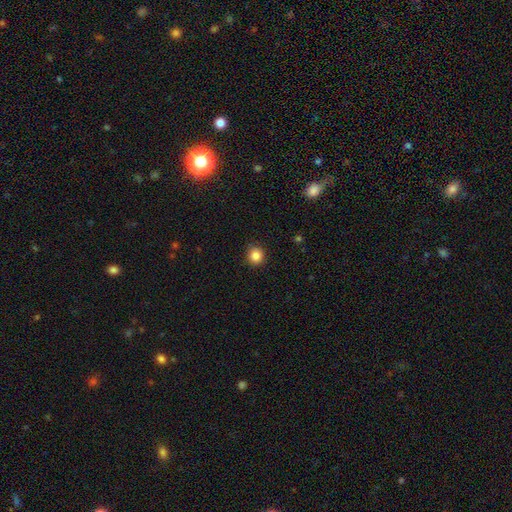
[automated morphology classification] Smooth or featured?
  - smooth: 85% *
  - star or artifact: 11%
  - featured or disk: 4%
How rounded?
  - round: 90% *
  - in between: 10%
  - cigar-shaped: 1%
Merging?
  - none: 89% *
  - minor disturbance: 8%
  - major disturbance: 2%
  - merger: 1%